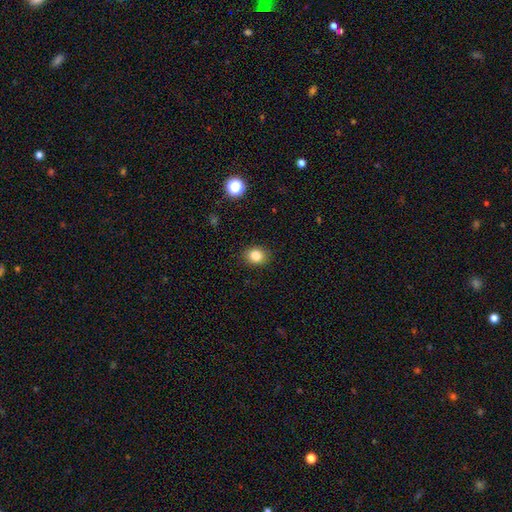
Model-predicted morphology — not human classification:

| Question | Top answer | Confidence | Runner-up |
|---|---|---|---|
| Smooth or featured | smooth | 83% | star or artifact (11%) |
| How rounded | round | 60% | in between (39%) |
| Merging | none | 89% | minor disturbance (8%) |